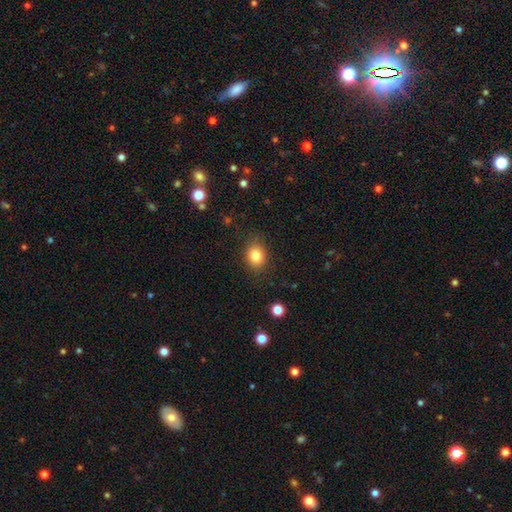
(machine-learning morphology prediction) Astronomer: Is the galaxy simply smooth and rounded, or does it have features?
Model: smooth — 82%.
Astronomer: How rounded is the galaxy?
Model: round — 55% (runner-up: in between, 44%).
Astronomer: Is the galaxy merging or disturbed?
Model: none — 83%.